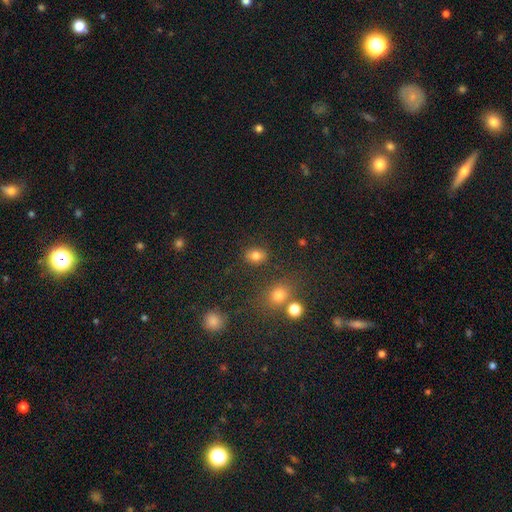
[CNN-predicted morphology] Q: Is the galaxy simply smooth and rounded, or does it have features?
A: smooth — 79%.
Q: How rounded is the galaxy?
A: in between — 54%.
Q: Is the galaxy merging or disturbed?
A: none — 81%.